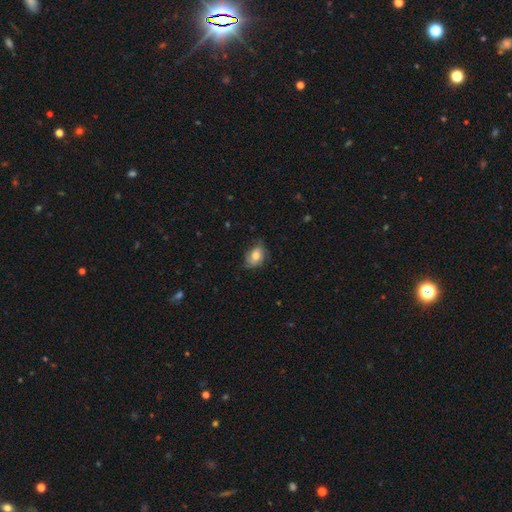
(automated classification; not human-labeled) Smooth or featured? smooth (56%)
How rounded? in between (68%)
Merging? none (61%)